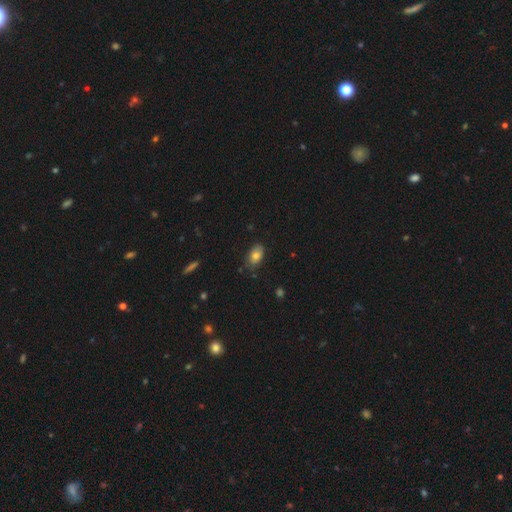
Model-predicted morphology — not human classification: This appears to be a smooth galaxy with no disk features (80%) that is in between round and cigar-shaped (89%). Merging: none (74%).